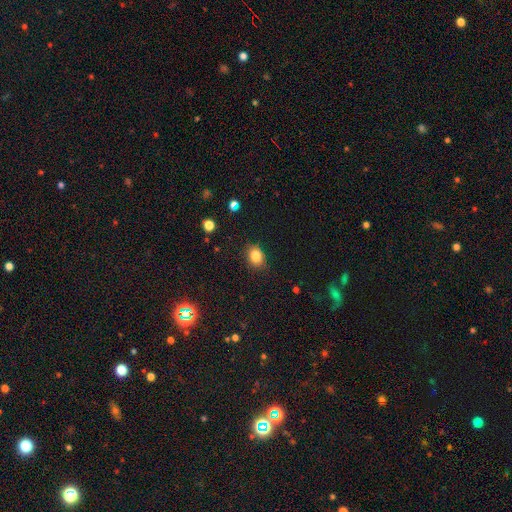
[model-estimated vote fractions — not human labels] smooth-or-featured: smooth: 82% | star or artifact: 12% | featured or disk: 6%
  how-rounded: in between: 58% | round: 41% | cigar-shaped: 1%
  merging: none: 83% | minor disturbance: 13% | major disturbance: 3% | merger: 1%